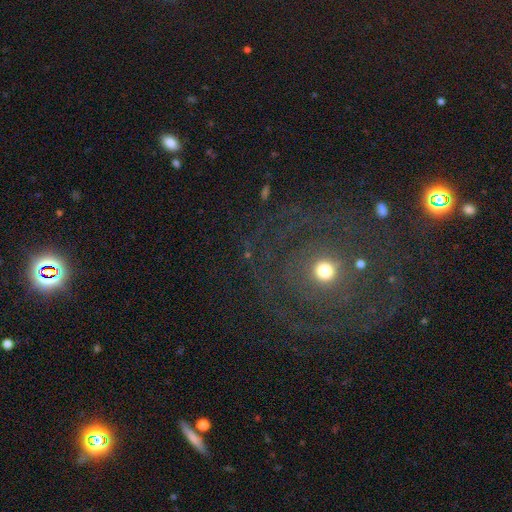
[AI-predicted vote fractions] featured or disk 45%, star or artifact 32%, smooth 23%. Down the decision tree: merging — none (79%).